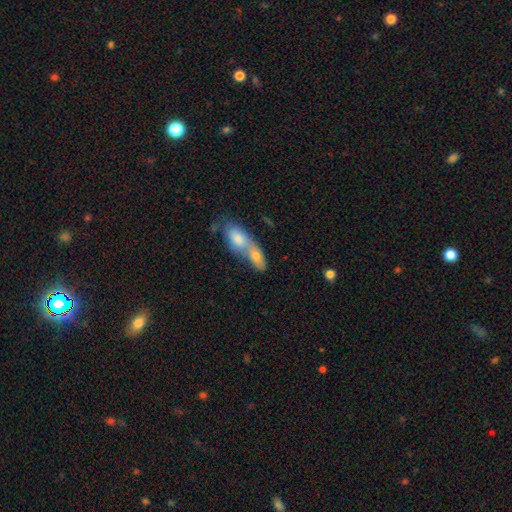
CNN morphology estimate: Smooth or featured?
  - smooth: 71% *
  - featured or disk: 22%
  - star or artifact: 7%
How rounded?
  - in between: 76% *
  - cigar-shaped: 17%
  - round: 7%
Merging?
  - merger: 73% *
  - none: 18%
  - minor disturbance: 6%
  - major disturbance: 4%